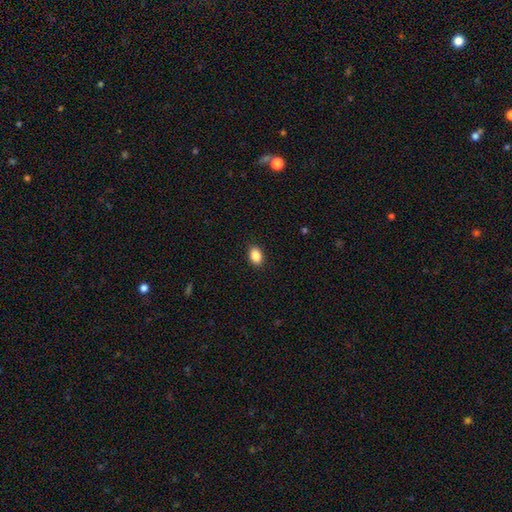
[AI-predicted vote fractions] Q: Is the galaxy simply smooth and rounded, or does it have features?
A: smooth — 88%.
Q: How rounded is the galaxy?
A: in between — 82%.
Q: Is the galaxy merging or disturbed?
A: none — 90%.